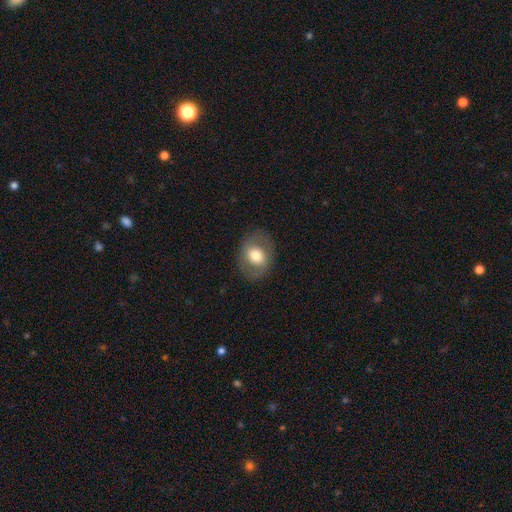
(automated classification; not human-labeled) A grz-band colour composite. It shows a smooth galaxy with no disk features (61%) that is in between round and cigar-shaped (56%). Merging: none (83%).